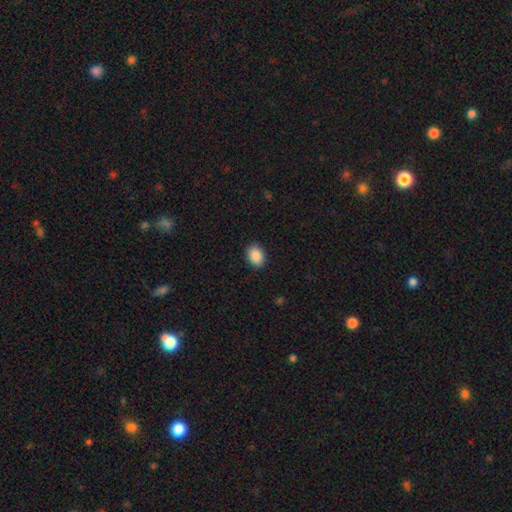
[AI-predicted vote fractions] A smooth galaxy with no disk features (90%) that is in between round and cigar-shaped (73%).

Vote fractions:
- Smooth or featured? smooth: 90% / star or artifact: 7% / featured or disk: 3%
- How rounded? in between: 73% / round: 26% / cigar-shaped: 1%
- Merging? none: 89% / minor disturbance: 8% / major disturbance: 2% / merger: 1%